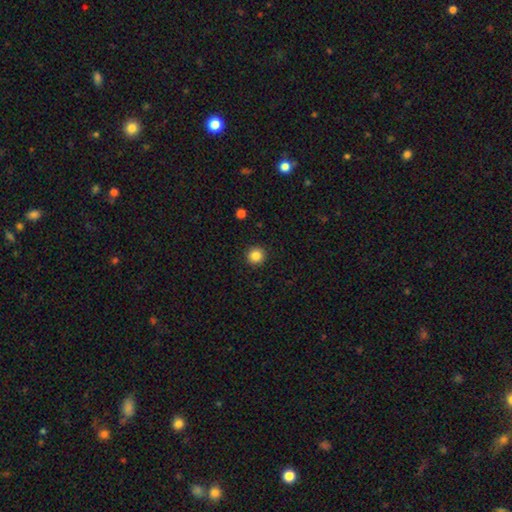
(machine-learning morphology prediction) Smooth or featured? Predicted: smooth (p=0.85). How rounded? Predicted: round (p=0.95). Merging? Predicted: none (p=0.93).